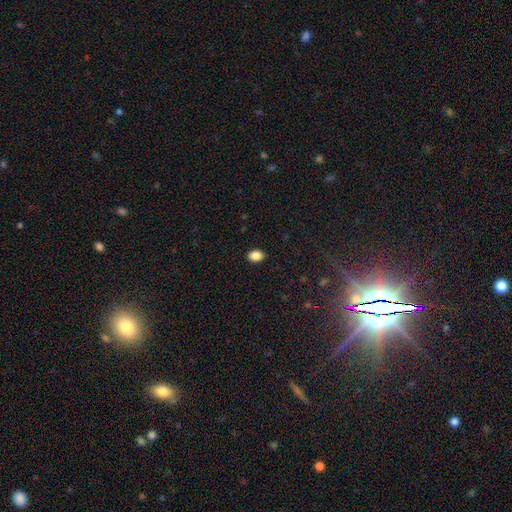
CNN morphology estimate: This is clearly a smooth galaxy (87%). How rounded: likely in between (73%). Merging: clearly none (89%).